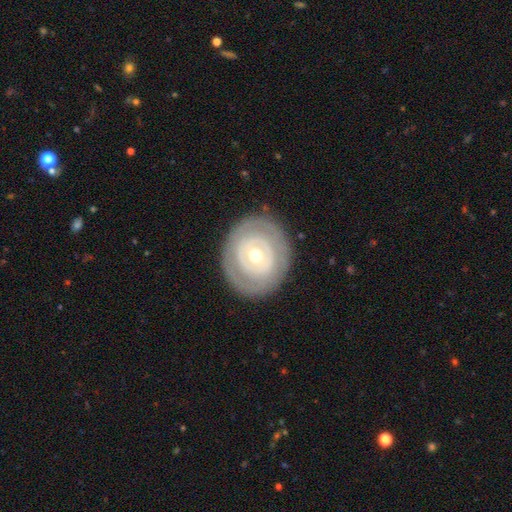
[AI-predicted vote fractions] Smooth or featured: featured or disk — 64% (smooth — 31%)
Edge-on disk: no — 96% (yes — 4%)
Bar: no — 81% (weak — 14%)
Spiral arms: no — 75% (yes — 25%)
Bulge size: moderate — 51% (small — 44%)
Merging: none — 84% (minor disturbance — 10%)